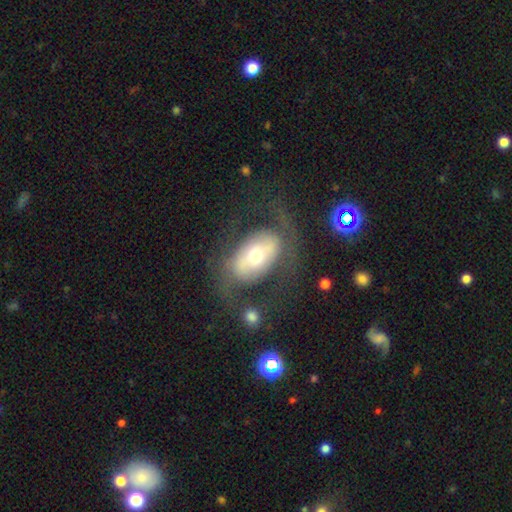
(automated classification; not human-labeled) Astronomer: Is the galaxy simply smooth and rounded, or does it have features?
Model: featured or disk — 58% (runner-up: smooth, 34%).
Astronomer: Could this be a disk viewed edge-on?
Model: no — 92%.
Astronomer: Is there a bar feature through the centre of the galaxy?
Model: no — 44% (runner-up: strong, 29%).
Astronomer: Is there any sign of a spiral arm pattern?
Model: yes — 54% (runner-up: no, 46%).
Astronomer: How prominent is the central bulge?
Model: moderate — 60%.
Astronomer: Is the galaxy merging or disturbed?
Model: none — 59%.